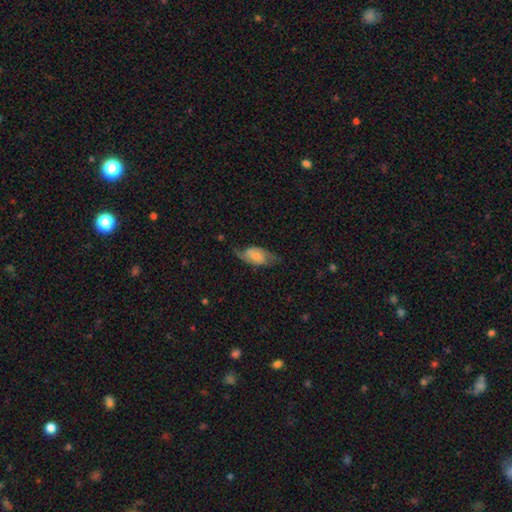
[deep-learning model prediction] featured or disk 57%, smooth 36%, star or artifact 7%. Down the decision tree: edge-on disk — no (92%); bar — no (60%); spiral arms — yes (86%); bulge size — small (40%); merging — none (60%).